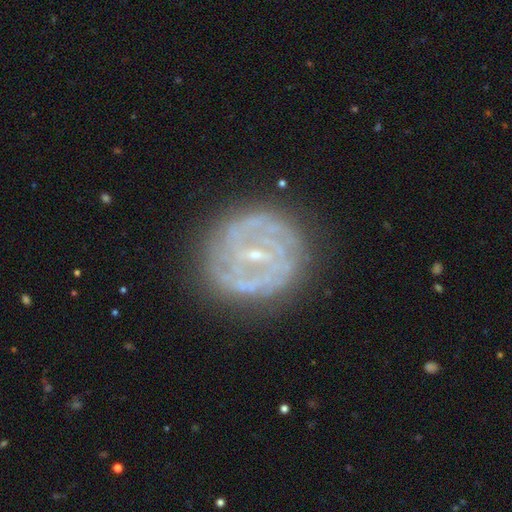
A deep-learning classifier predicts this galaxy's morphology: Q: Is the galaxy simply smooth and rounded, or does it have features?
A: featured or disk — 81%.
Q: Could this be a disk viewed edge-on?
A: no — 97%.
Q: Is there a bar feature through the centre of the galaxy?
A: weak — 46%.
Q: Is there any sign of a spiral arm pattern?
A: yes — 86%.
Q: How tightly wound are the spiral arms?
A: tight — 64%.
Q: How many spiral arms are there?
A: can't tell — 37%.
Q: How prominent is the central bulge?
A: small — 81%.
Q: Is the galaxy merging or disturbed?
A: none — 79%.